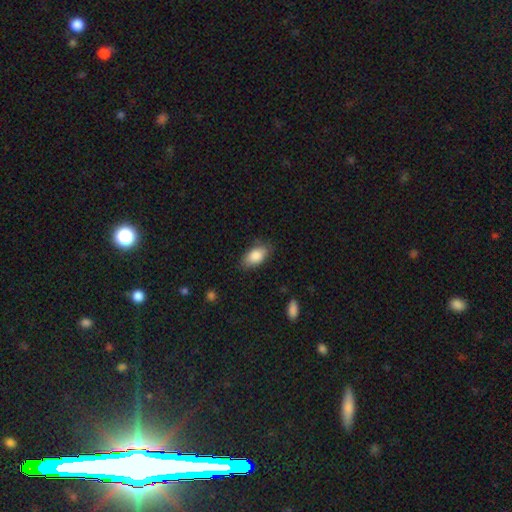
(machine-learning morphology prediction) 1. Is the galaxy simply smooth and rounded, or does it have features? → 86% smooth, 7% featured or disk, 7% star or artifact.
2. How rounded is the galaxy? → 91% in between, 5% round, 4% cigar-shaped.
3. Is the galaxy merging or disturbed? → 79% none, 16% minor disturbance, 3% major disturbance, 1% merger.